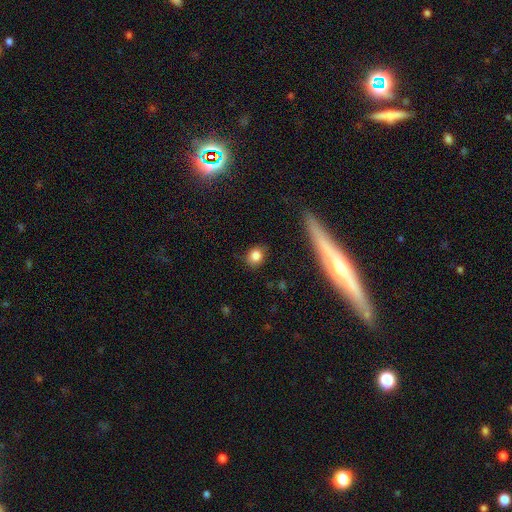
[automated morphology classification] type=smooth (83%); roundness=round (69%); merging=none (82%).